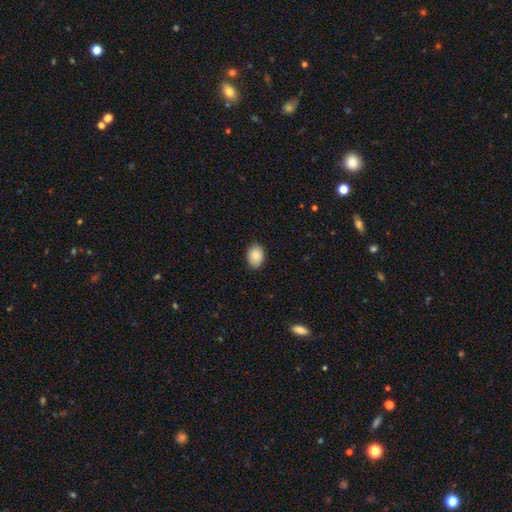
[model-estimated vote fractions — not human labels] smooth_or_featured: smooth (p=0.89) [alt: star or artifact p=0.07]
how_rounded: in between (p=0.74) [alt: round p=0.25]
merging: none (p=0.88) [alt: minor disturbance p=0.09]